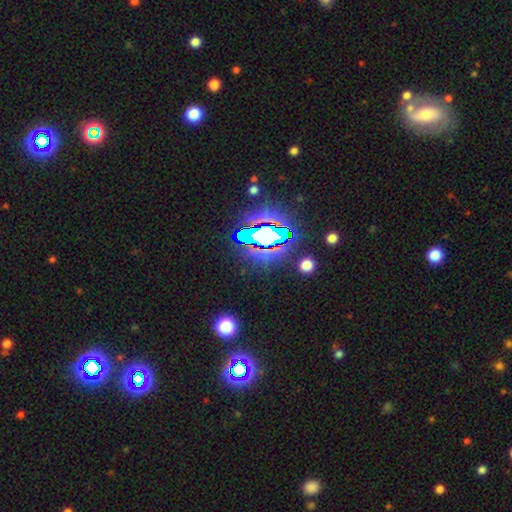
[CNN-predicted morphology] Q: Smooth or featured?
A: star or artifact (80%); runner-up: smooth (11%)